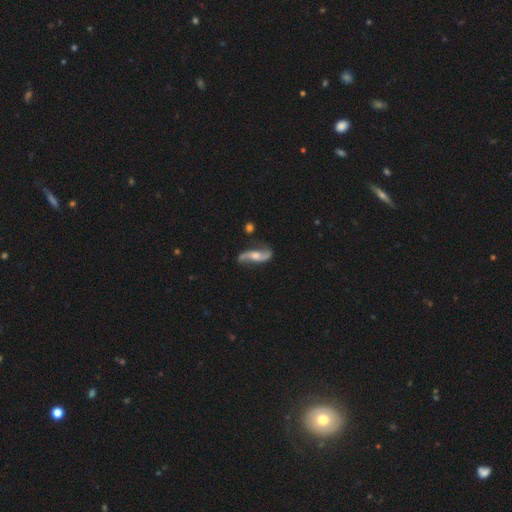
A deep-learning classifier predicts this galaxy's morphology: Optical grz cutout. It shows a featured or disk galaxy (85%) with no bar (53%), 2 (93%) loose (79%) spiral arms (96%) and a moderate central bulge (55%). Merging: none (71%).